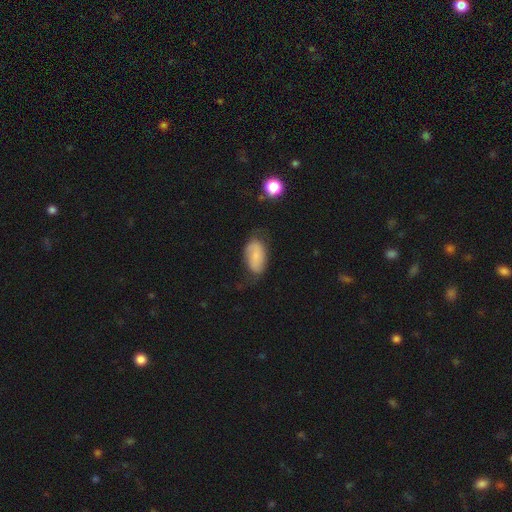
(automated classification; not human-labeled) Smooth or featured?
  - smooth: 64% *
  - featured or disk: 29%
  - star or artifact: 8%
How rounded?
  - in between: 93% *
  - round: 4%
  - cigar-shaped: 3%
Merging?
  - none: 56% *
  - minor disturbance: 31%
  - major disturbance: 11%
  - merger: 2%